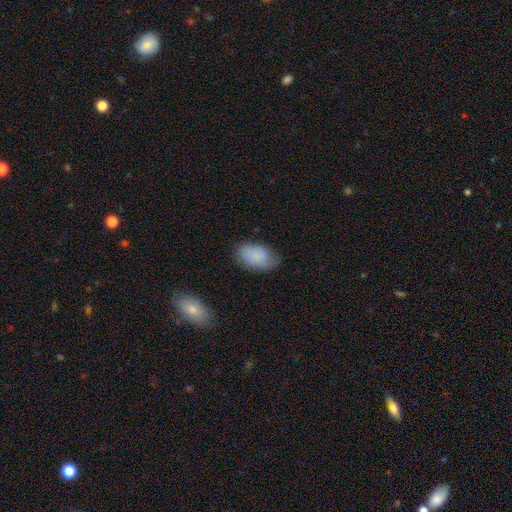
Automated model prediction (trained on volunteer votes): A smooth galaxy with no disk features (83%) that is in between round and cigar-shaped (92%).

Vote fractions:
- Smooth or featured? smooth: 83% / featured or disk: 10% / star or artifact: 7%
- How rounded? in between: 92% / round: 6% / cigar-shaped: 1%
- Merging? none: 72% / minor disturbance: 21% / major disturbance: 5% / merger: 2%